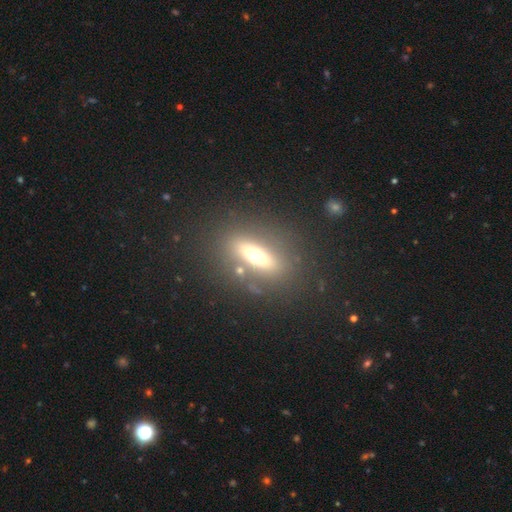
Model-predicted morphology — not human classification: Smooth or featured? smooth (48%)
Merging? none (78%)